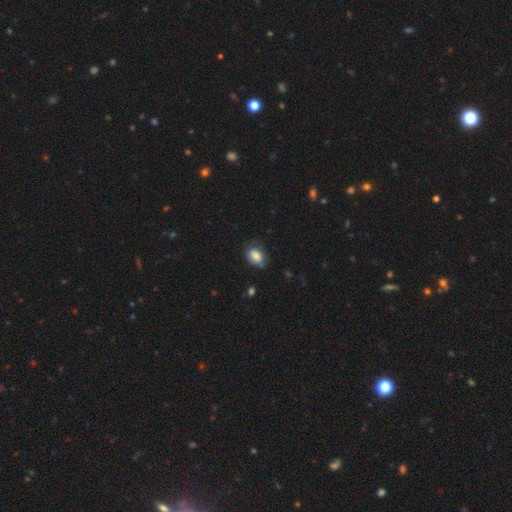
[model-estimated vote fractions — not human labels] smooth_or_featured: smooth (p=0.81) [alt: featured or disk p=0.11]
how_rounded: in between (p=0.83) [alt: round p=0.15]
merging: none (p=0.65) [alt: minor disturbance p=0.27]